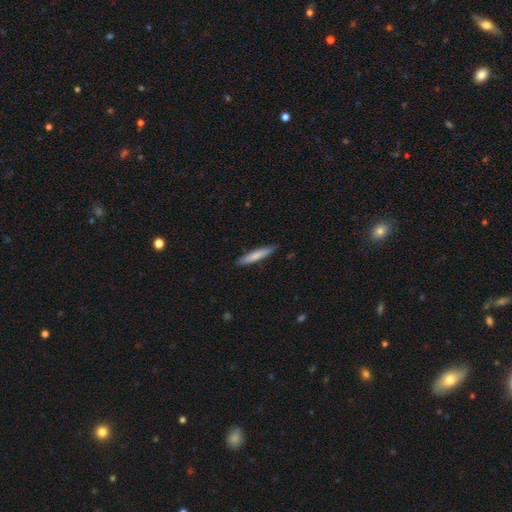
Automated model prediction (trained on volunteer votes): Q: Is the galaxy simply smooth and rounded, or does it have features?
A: smooth — 74%.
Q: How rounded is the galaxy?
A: cigar-shaped — 90%.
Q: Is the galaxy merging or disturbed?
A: none — 86%.